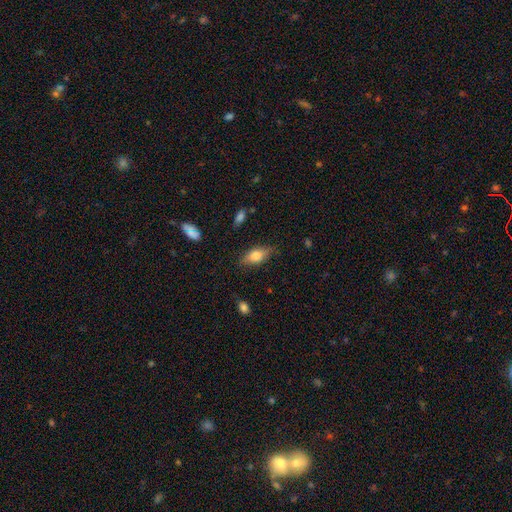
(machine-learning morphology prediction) Smooth or featured: smooth — 72% (featured or disk — 20%)
How rounded: in between — 84% (cigar-shaped — 11%)
Merging: none — 78% (minor disturbance — 17%)